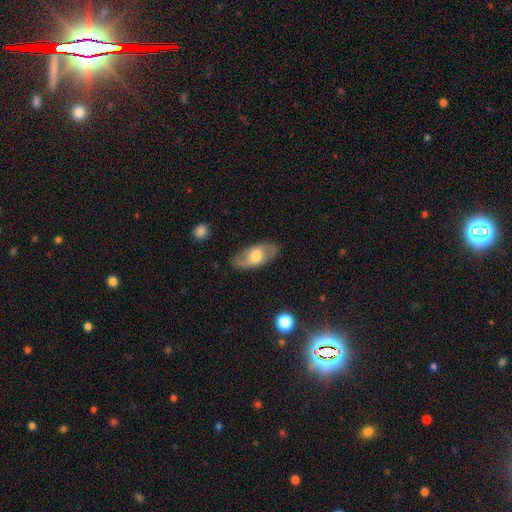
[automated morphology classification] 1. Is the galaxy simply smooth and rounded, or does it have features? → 50% smooth, 44% featured or disk, 6% star or artifact.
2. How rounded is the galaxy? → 89% in between, 6% cigar-shaped, 4% round.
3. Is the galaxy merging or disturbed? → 82% none, 13% minor disturbance, 4% major disturbance, 1% merger.